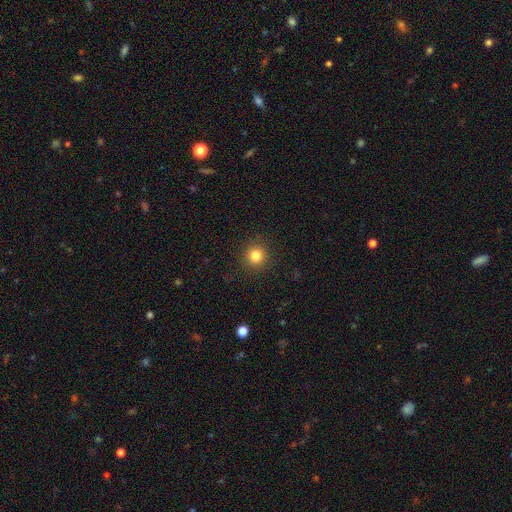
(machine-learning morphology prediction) smooth_or_featured: smooth (p=0.82) [alt: star or artifact p=0.13]
how_rounded: round (p=0.94) [alt: in between p=0.05]
merging: none (p=0.91) [alt: minor disturbance p=0.05]